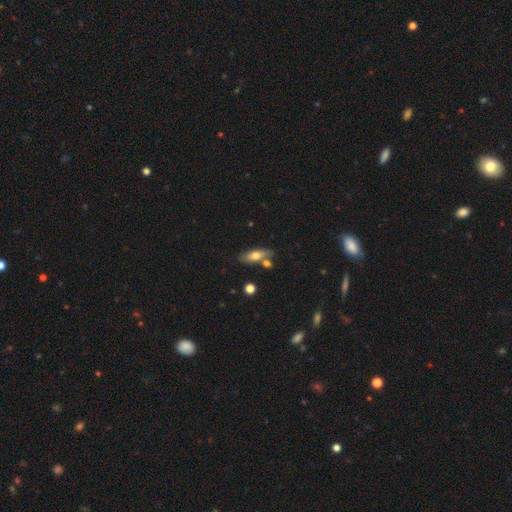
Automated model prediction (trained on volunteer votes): The model was most divided on "smooth or featured": smooth: 63%, featured or disk: 30%, star or artifact: 8%. More confident: merging — none (68%); how rounded — in between (67%).